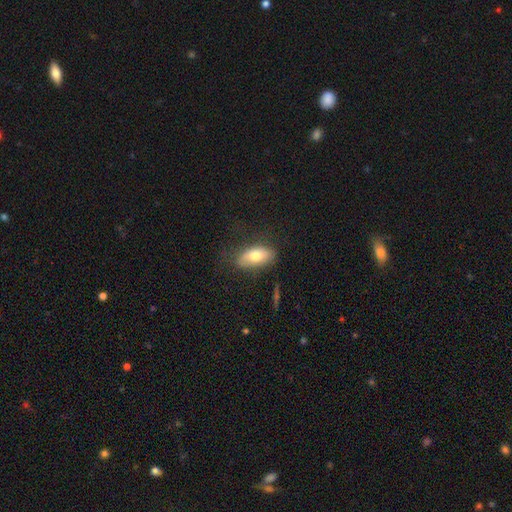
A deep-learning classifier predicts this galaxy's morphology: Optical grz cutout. It shows a smooth galaxy with no disk features (72%) that is in between round and cigar-shaped (88%). Merging: none (67%).